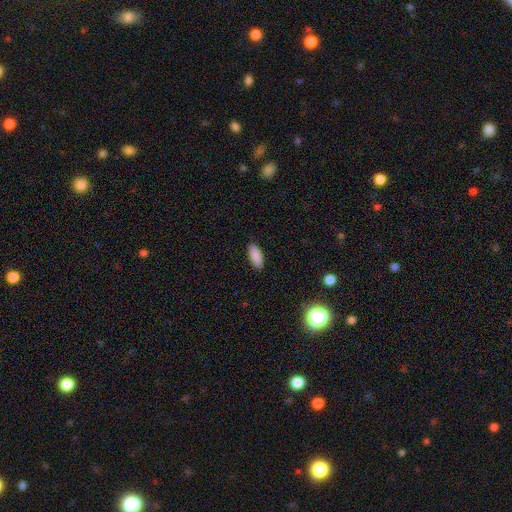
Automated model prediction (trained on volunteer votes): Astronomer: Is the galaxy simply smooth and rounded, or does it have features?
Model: smooth — 89%.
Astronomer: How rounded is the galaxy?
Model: in between — 82%.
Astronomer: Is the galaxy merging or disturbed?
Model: none — 89%.